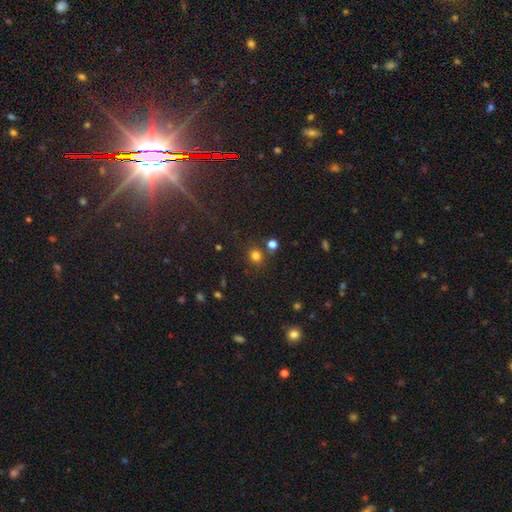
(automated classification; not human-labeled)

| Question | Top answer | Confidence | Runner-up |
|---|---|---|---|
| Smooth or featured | smooth | 76% | star or artifact (19%) |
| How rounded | round | 86% | in between (13%) |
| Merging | none | 77% | merger (11%) |